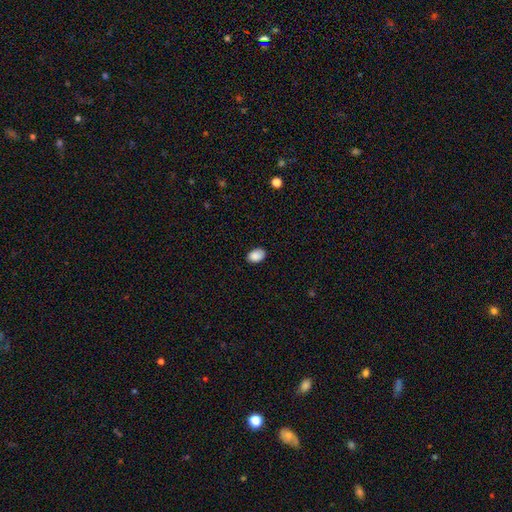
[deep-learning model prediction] Smooth or featured?
  - smooth: 89% *
  - star or artifact: 8%
  - featured or disk: 4%
How rounded?
  - in between: 84% *
  - round: 15%
  - cigar-shaped: 1%
Merging?
  - none: 83% *
  - minor disturbance: 13%
  - major disturbance: 2%
  - merger: 1%